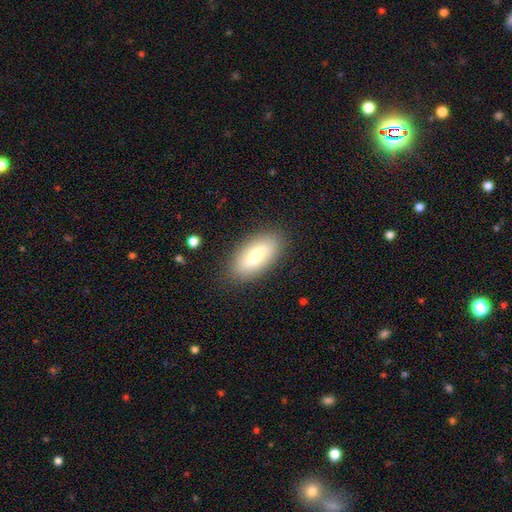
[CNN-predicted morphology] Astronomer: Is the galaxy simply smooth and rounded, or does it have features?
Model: smooth — 71%.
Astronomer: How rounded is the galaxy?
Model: in between — 88%.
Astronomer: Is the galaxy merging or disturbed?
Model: none — 87%.